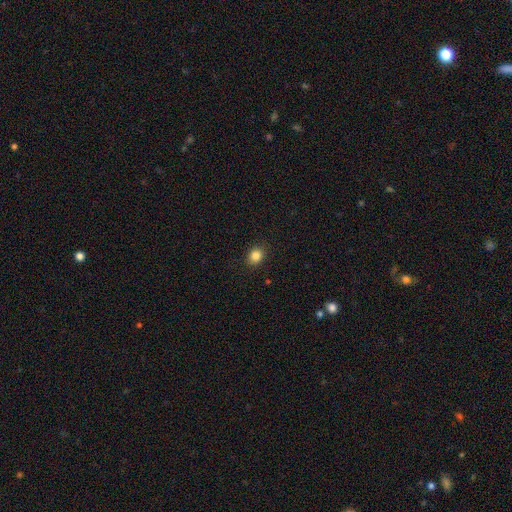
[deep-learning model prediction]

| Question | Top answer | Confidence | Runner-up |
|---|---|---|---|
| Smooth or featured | smooth | 85% | star or artifact (11%) |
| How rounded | round | 59% | in between (40%) |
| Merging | none | 89% | minor disturbance (8%) |